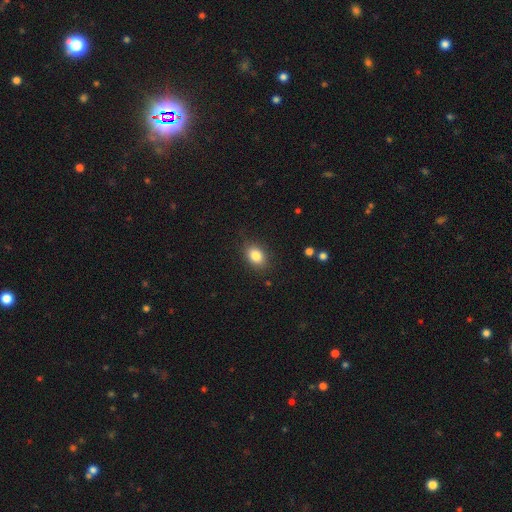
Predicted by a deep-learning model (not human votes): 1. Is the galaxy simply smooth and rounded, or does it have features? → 84% smooth, 9% star or artifact, 7% featured or disk.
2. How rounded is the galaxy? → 74% in between, 24% round, 1% cigar-shaped.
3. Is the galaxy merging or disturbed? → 84% none, 12% minor disturbance, 3% major disturbance, 1% merger.